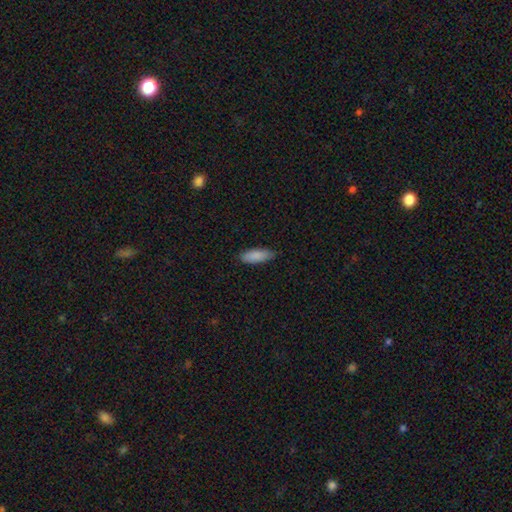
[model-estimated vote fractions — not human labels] This is clearly a smooth galaxy (88%). How rounded: likely in between (69%). Merging: clearly none (85%).